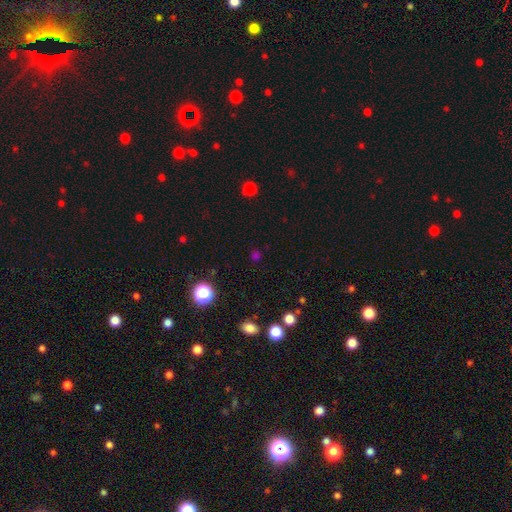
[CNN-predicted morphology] smooth_or_featured: smooth (p=0.50) [alt: star or artifact p=0.44]
how_rounded: round (p=0.88) [alt: in between p=0.10]
merging: none (p=0.85) [alt: minor disturbance p=0.08]